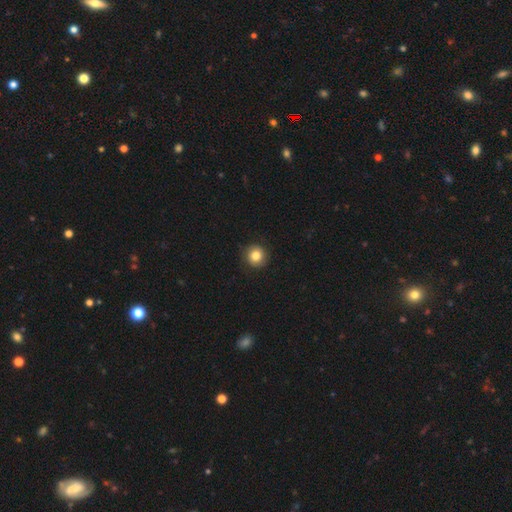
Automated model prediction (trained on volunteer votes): The model was most divided on "smooth or featured": smooth: 84%, star or artifact: 10%, featured or disk: 7%. More confident: how rounded — round (93%); merging — none (91%).